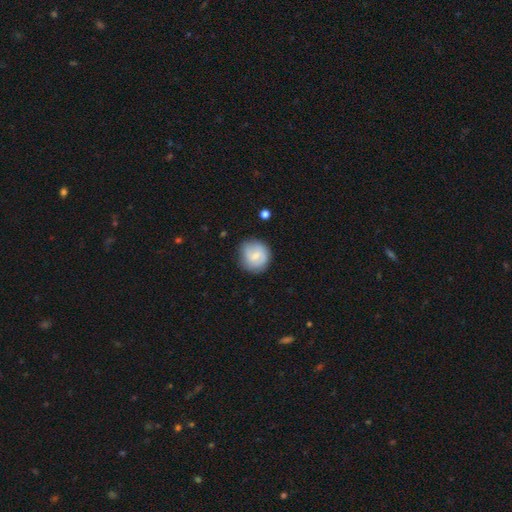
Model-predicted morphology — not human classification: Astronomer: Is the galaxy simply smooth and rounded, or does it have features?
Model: smooth — 66%.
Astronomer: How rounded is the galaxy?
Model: round — 87%.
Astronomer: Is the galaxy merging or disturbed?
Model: none — 76%.